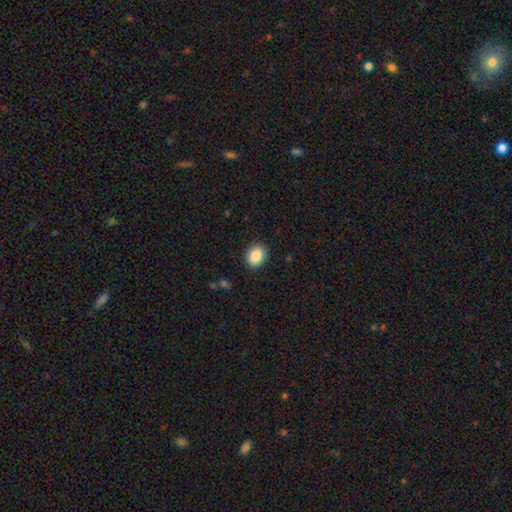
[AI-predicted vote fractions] Smooth or featured? Predicted: smooth (p=0.88). How rounded? Predicted: in between (p=0.57). Merging? Predicted: none (p=0.89).